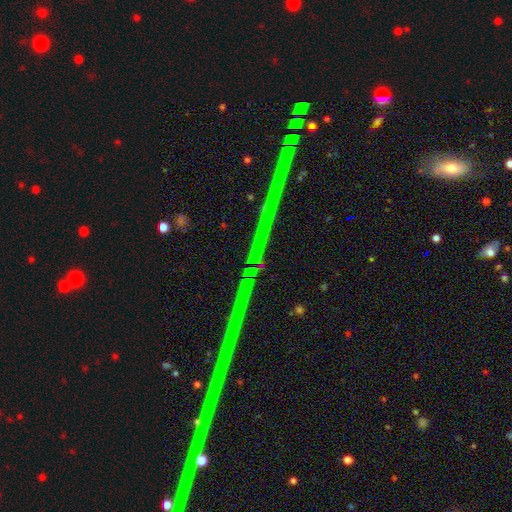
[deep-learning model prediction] star or artifact 77%, featured or disk 14%, smooth 9%.